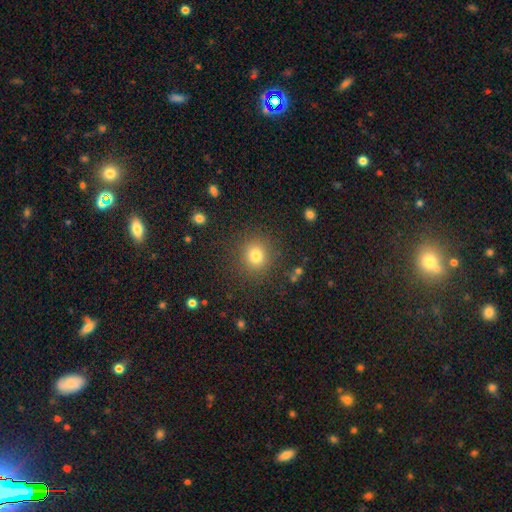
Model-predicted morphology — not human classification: smooth_or_featured: smooth (p=0.79) [alt: star or artifact p=0.14]
how_rounded: round (p=0.87) [alt: in between p=0.12]
merging: none (p=0.87) [alt: minor disturbance p=0.07]